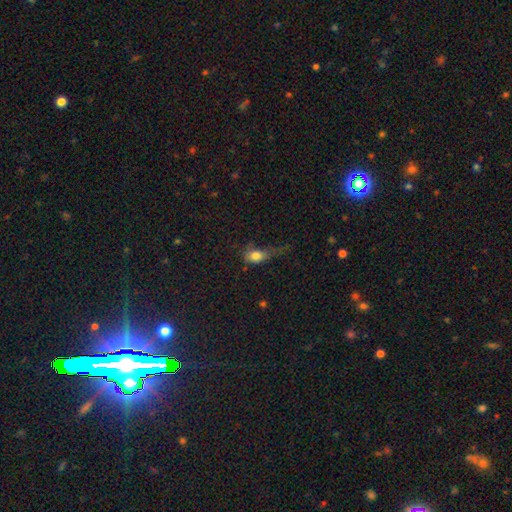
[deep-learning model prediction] Smooth or featured? Predicted: smooth (p=0.77). How rounded? Predicted: in between (p=0.75). Merging? Predicted: major disturbance (p=0.44).